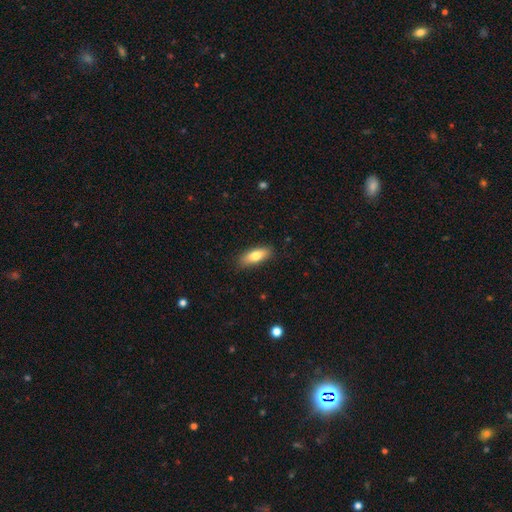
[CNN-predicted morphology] Smooth or featured: smooth — 77% (featured or disk — 16%)
How rounded: in between — 70% (cigar-shaped — 27%)
Merging: none — 86% (minor disturbance — 11%)